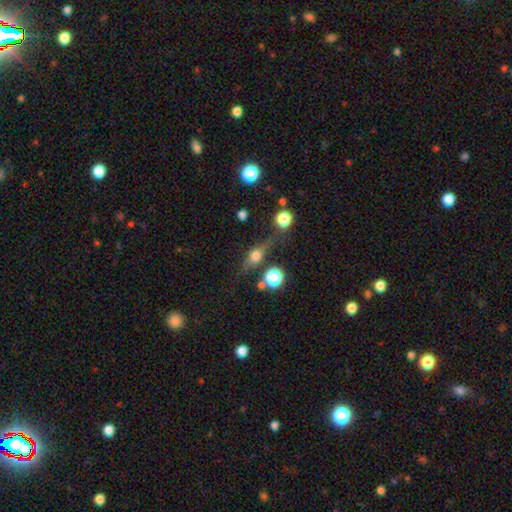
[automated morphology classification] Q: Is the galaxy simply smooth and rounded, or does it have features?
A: featured or disk — 44%.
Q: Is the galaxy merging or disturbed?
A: none — 64%.